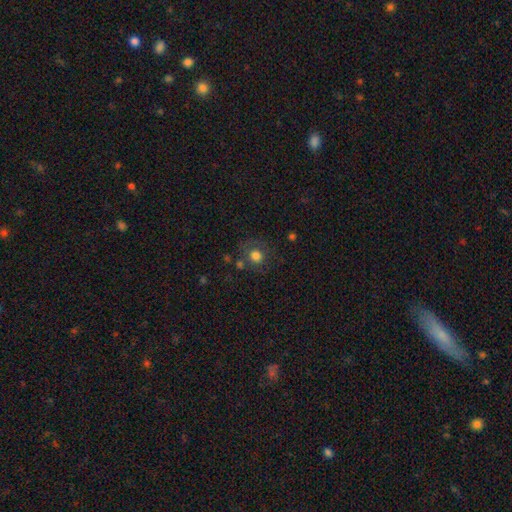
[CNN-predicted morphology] Q: Smooth or featured?
A: smooth (76%); runner-up: star or artifact (13%)
Q: How rounded?
A: round (85%); runner-up: in between (15%)
Q: Merging?
A: none (67%); runner-up: minor disturbance (16%)